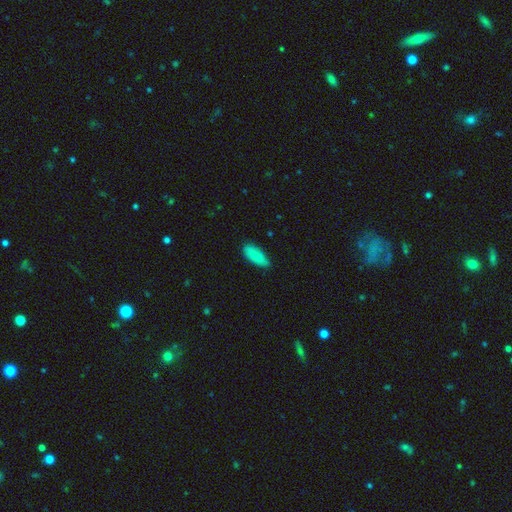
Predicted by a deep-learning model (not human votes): Smooth or featured?
  - smooth: 86% *
  - featured or disk: 7%
  - star or artifact: 6%
How rounded?
  - in between: 76% *
  - cigar-shaped: 22%
  - round: 2%
Merging?
  - none: 77% *
  - minor disturbance: 19%
  - major disturbance: 3%
  - merger: 1%